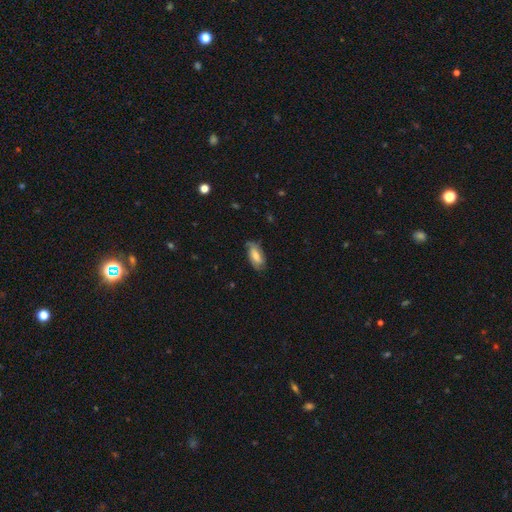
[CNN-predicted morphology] smooth 56%, featured or disk 36%, star or artifact 7%. Down the decision tree: how rounded — in between (85%); merging — none (67%).